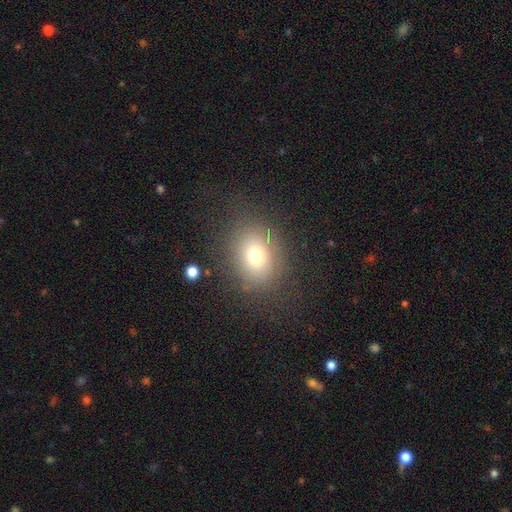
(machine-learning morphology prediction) Q: Smooth or featured?
A: smooth (71%); runner-up: star or artifact (15%)
Q: How rounded?
A: round (52%); runner-up: in between (47%)
Q: Merging?
A: none (78%); runner-up: minor disturbance (13%)